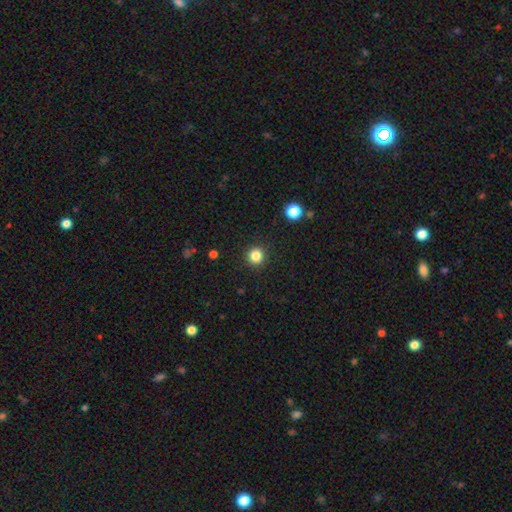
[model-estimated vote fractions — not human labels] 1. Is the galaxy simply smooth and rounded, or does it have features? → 84% smooth, 12% star or artifact, 4% featured or disk.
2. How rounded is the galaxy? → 94% round, 5% in between, 1% cigar-shaped.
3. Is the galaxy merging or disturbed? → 92% none, 5% minor disturbance, 2% major disturbance, 1% merger.